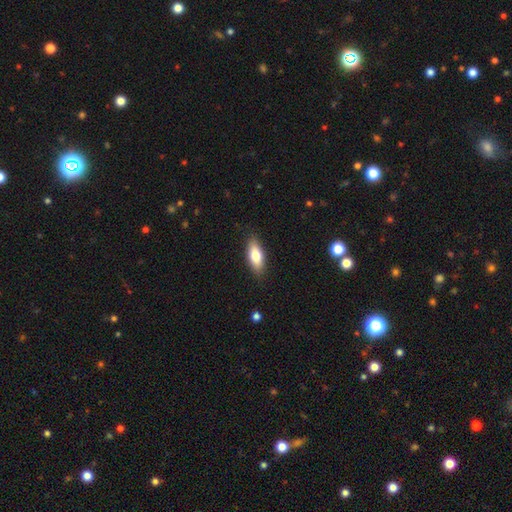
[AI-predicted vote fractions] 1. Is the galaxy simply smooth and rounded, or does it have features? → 75% smooth, 19% featured or disk, 6% star or artifact.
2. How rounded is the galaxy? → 77% in between, 20% cigar-shaped, 3% round.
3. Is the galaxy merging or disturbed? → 86% none, 11% minor disturbance, 2% major disturbance, 1% merger.